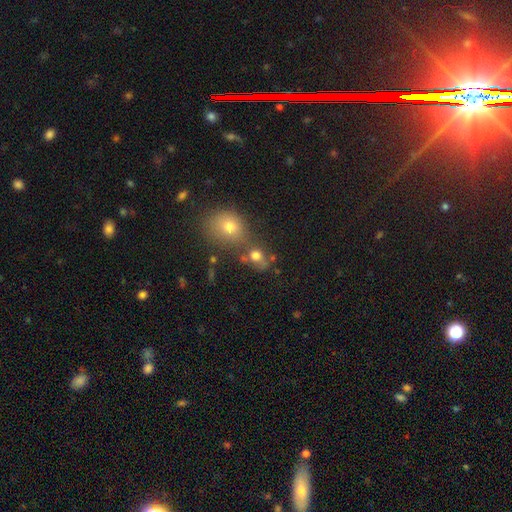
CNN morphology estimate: Smooth or featured: smooth — 74% (star or artifact — 14%)
How rounded: round — 59% (in between — 39%)
Merging: none — 41% (merger — 40%)